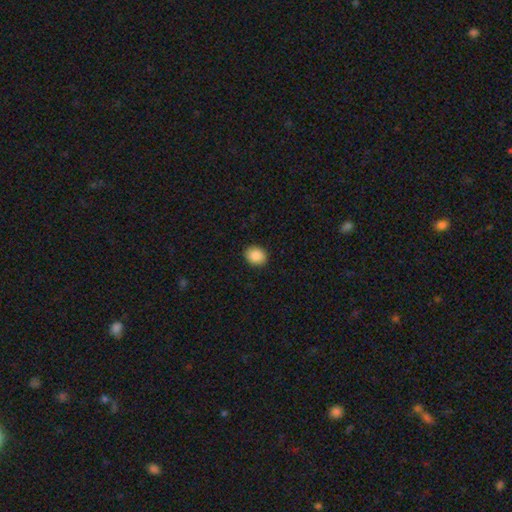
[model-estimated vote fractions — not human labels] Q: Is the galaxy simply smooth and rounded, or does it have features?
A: smooth — 89%.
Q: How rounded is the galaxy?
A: round — 59%.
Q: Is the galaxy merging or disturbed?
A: none — 90%.